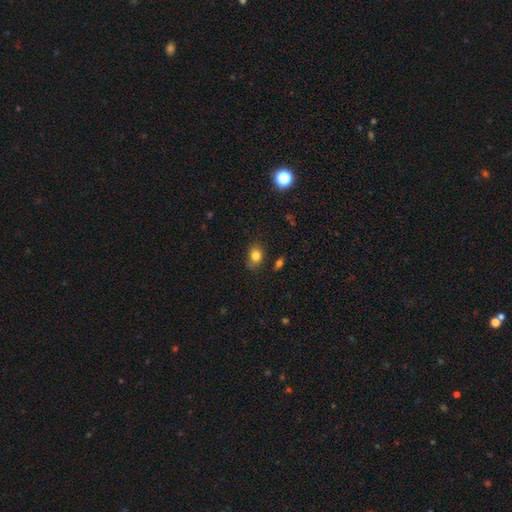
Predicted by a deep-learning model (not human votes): Overall: smooth (81%). How rounded: in between (59%; round 39%). Merging: none (73%).